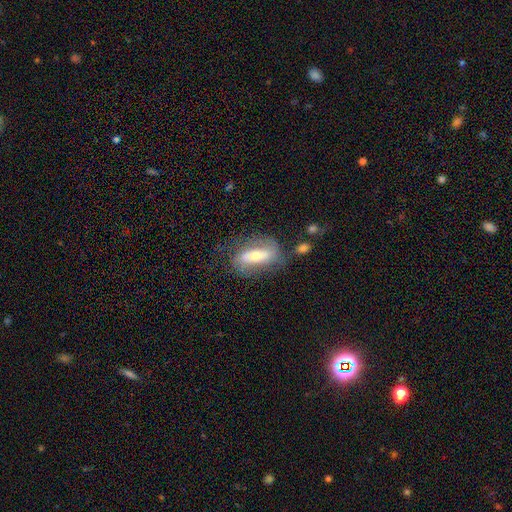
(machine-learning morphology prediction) smooth-or-featured: featured or disk: 55% | smooth: 38% | star or artifact: 8%
  disk-edge-on: no: 83% | yes: 17%
  merging: none: 58% | minor disturbance: 22% | major disturbance: 14% | merger: 6%